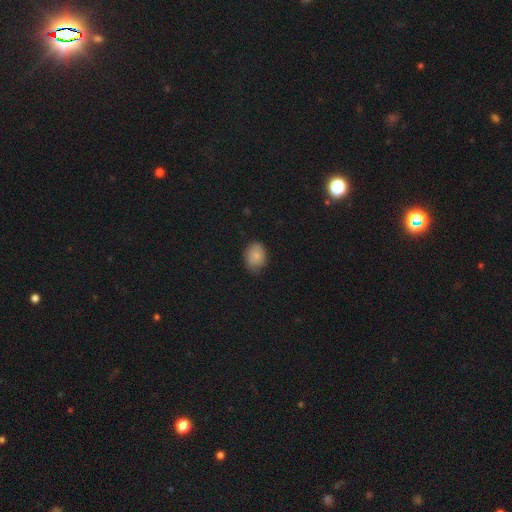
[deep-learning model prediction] This appears to be a smooth galaxy with no disk features (76%) that is in between round and cigar-shaped (58%). Merging: none (68%).